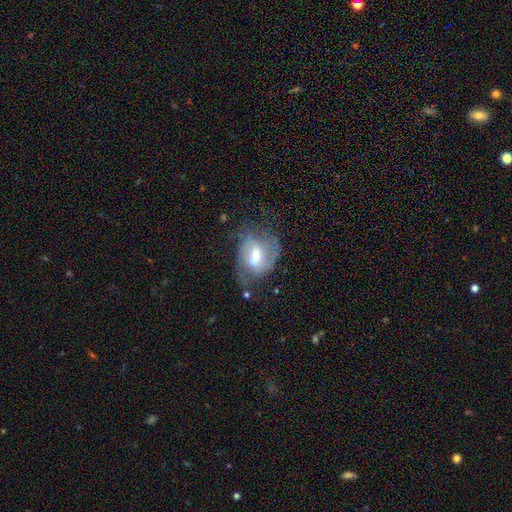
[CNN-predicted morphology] Smooth or featured?
  - featured or disk: 68% *
  - smooth: 25%
  - star or artifact: 7%
Edge-on disk?
  - no: 96% *
  - yes: 4%
Bar?
  - weak: 54% *
  - strong: 24%
  - no: 22%
Spiral arms?
  - yes: 84% *
  - no: 16%
Spiral winding?
  - medium: 45% *
  - tight: 29%
  - loose: 26%
Spiral arm count?
  - 2: 68% *
  - can't tell: 18%
  - 1: 7%
  - 3: 4%
  - 4: 1%
  - more than 4: 1%
Bulge size?
  - moderate: 64% *
  - small: 24%
  - large: 9%
  - none: 2%
  - dominant: 1%
Merging?
  - none: 52% *
  - minor disturbance: 26%
  - major disturbance: 20%
  - merger: 3%